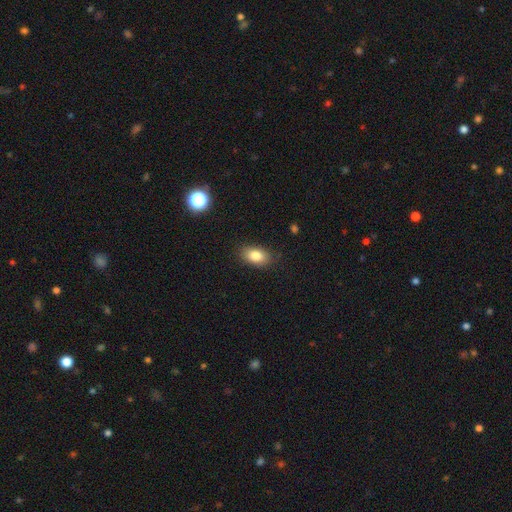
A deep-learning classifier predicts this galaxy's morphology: Smooth or featured?
  - smooth: 83% *
  - featured or disk: 9%
  - star or artifact: 9%
How rounded?
  - in between: 89% *
  - round: 9%
  - cigar-shaped: 2%
Merging?
  - none: 85% *
  - minor disturbance: 11%
  - major disturbance: 3%
  - merger: 1%